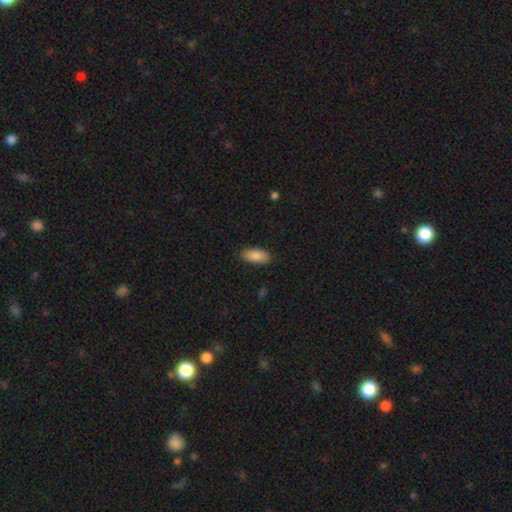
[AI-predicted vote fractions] Smooth or featured? smooth (88%)
How rounded? in between (89%)
Merging? none (88%)